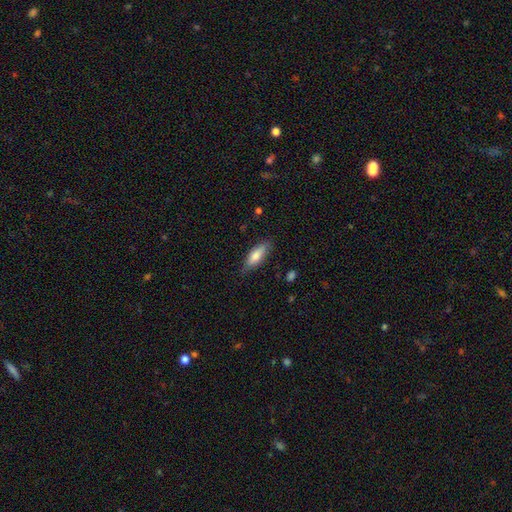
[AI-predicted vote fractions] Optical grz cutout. It shows a smooth galaxy with no disk features (75%) that is in between round and cigar-shaped (58%). Merging: none (79%).